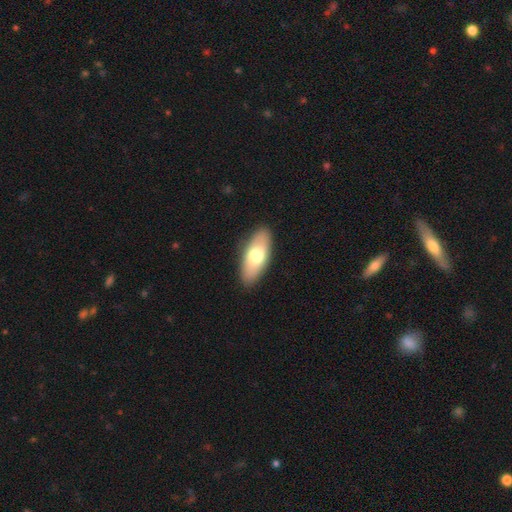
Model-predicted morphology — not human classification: smooth 69%, featured or disk 25%, star or artifact 5%. Down the decision tree: how rounded — in between (82%); merging — none (89%).